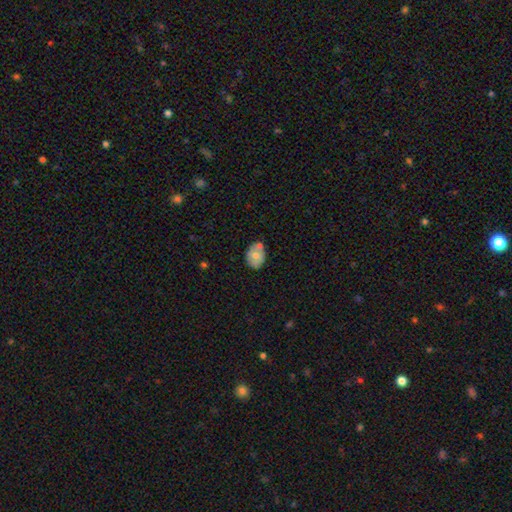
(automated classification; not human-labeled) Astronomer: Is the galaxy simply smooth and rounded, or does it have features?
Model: smooth — 60%.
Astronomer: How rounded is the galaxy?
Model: in between — 67%.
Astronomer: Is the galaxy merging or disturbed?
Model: none — 58%.